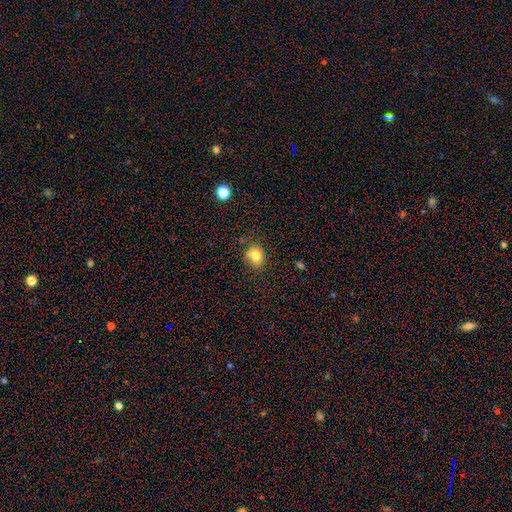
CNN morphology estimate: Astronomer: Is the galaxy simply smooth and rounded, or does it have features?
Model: smooth — 79%.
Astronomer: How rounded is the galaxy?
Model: round — 54% (runner-up: in between, 45%).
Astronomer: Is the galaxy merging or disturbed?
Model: none — 70%.